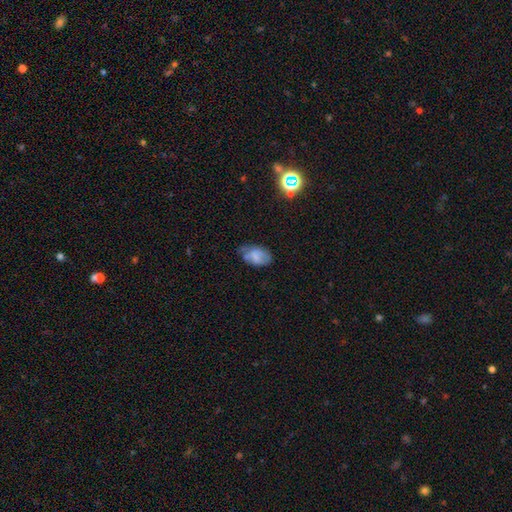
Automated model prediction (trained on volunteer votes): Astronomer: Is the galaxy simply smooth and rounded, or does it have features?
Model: smooth — 65%.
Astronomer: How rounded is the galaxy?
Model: in between — 90%.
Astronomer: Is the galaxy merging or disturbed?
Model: none — 46% (runner-up: minor disturbance, 36%).